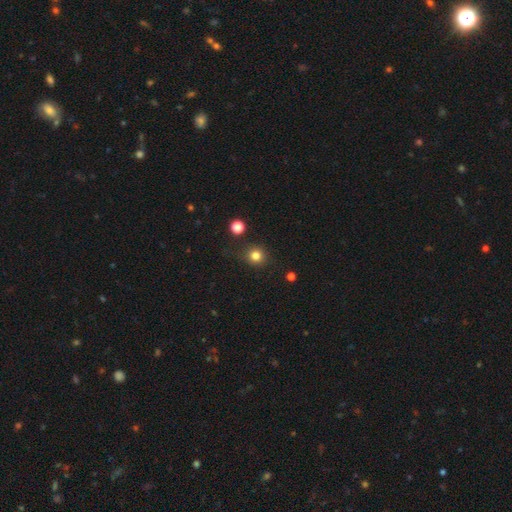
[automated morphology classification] Smooth or featured? smooth (81%)
How rounded? round (91%)
Merging? none (86%)